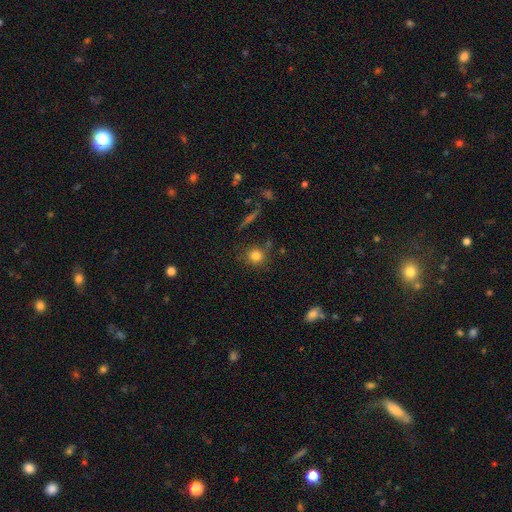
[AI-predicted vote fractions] A smooth galaxy with no disk features (81%) that is round (90%).

Vote fractions:
- Smooth or featured? smooth: 81% / star or artifact: 12% / featured or disk: 7%
- How rounded? round: 90% / in between: 8% / cigar-shaped: 1%
- Merging? none: 79% / minor disturbance: 12% / merger: 5% / major disturbance: 4%